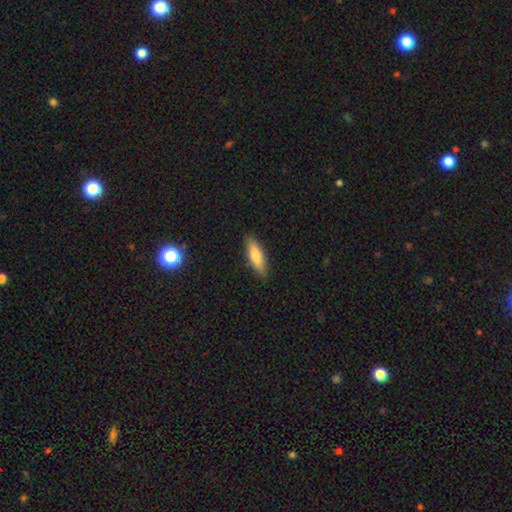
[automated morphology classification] smooth_or_featured: smooth (p=0.79) [alt: featured or disk p=0.15]
how_rounded: in between (p=0.53) [alt: cigar-shaped p=0.45]
merging: none (p=0.87) [alt: minor disturbance p=0.10]